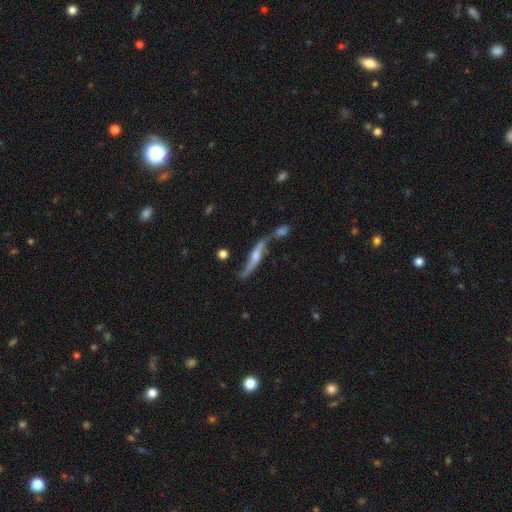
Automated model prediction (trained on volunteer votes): Smooth or featured?
  - featured or disk: 76% *
  - smooth: 17%
  - star or artifact: 7%
Edge-on disk?
  - yes: 59% *
  - no: 41%
Merging?
  - none: 42% *
  - merger: 31%
  - minor disturbance: 18%
  - major disturbance: 9%